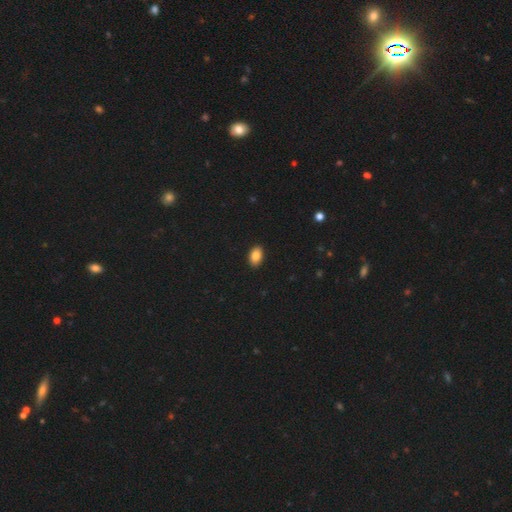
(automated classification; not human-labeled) smooth 86%, star or artifact 8%, featured or disk 6%. Down the decision tree: how rounded — in between (90%); merging — none (91%).